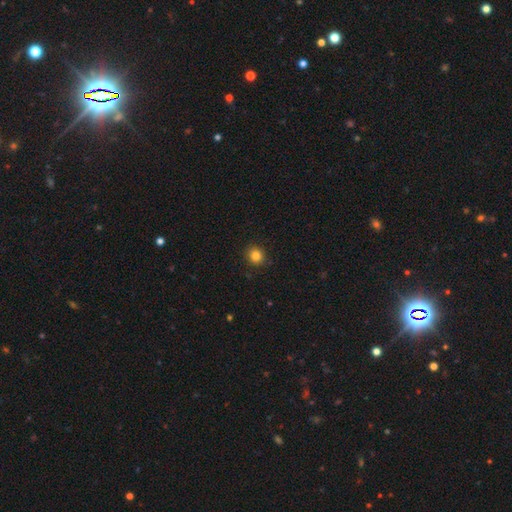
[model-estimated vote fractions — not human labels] smooth-or-featured: smooth: 84% | star or artifact: 12% | featured or disk: 5%
  how-rounded: round: 86% | in between: 13% | cigar-shaped: 1%
  merging: none: 91% | minor disturbance: 6% | major disturbance: 2% | merger: 1%